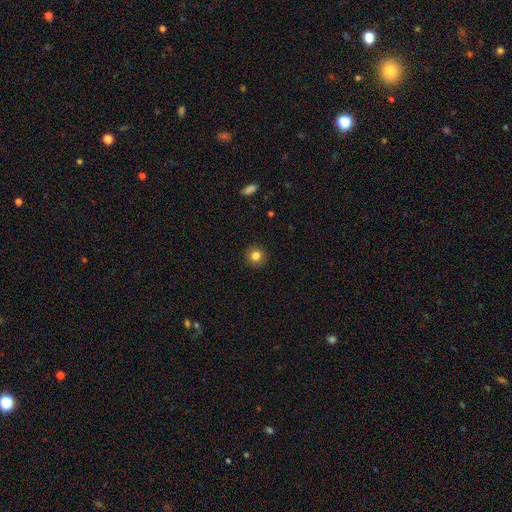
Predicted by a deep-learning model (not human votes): smooth-or-featured: smooth: 83% | star or artifact: 11% | featured or disk: 6%
  how-rounded: round: 94% | in between: 5% | cigar-shaped: 1%
  merging: none: 92% | minor disturbance: 5% | major disturbance: 2% | merger: 1%